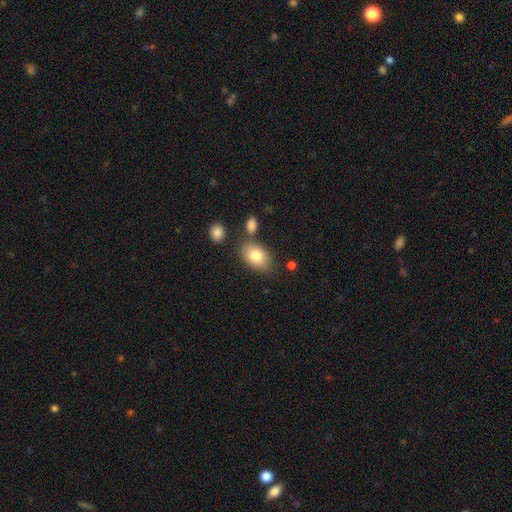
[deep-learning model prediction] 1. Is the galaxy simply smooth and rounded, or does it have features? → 81% smooth, 12% featured or disk, 7% star or artifact.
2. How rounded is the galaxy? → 88% in between, 11% round, 1% cigar-shaped.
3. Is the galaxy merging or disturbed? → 73% none, 13% minor disturbance, 10% merger, 4% major disturbance.